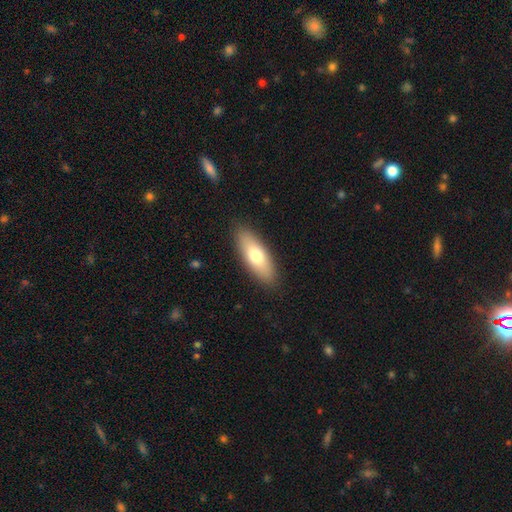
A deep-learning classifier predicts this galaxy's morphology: Smooth or featured? smooth (73%)
How rounded? in between (68%)
Merging? none (88%)